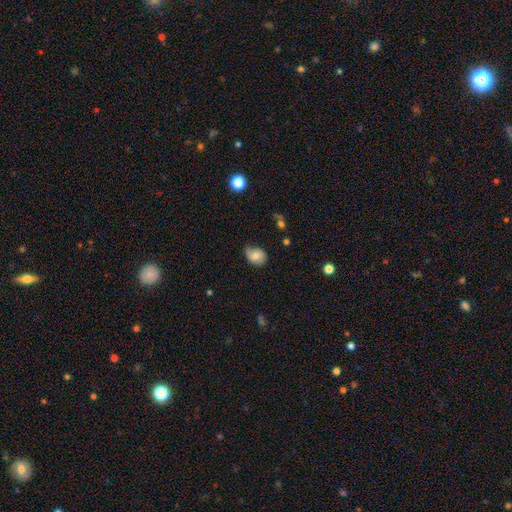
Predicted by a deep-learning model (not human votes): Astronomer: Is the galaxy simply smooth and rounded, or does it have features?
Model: smooth — 70%.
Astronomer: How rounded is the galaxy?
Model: in between — 61% (runner-up: round, 38%).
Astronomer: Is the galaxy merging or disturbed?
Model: none — 67%.